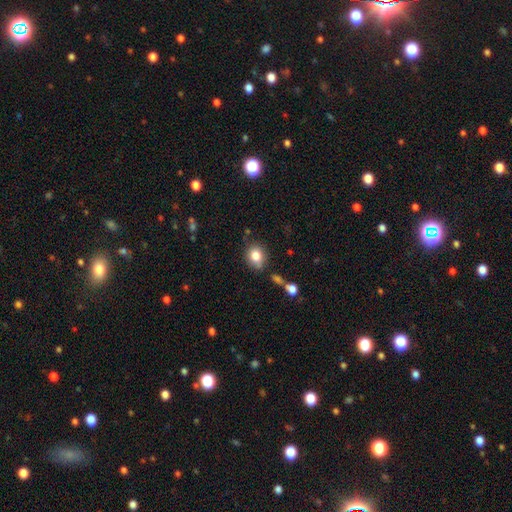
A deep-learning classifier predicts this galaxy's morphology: A smooth galaxy with no disk features (82%) that is round (58%).

Vote fractions:
- Smooth or featured? smooth: 82% / star or artifact: 10% / featured or disk: 8%
- How rounded? round: 58% / in between: 41% / cigar-shaped: 1%
- Merging? none: 73% / minor disturbance: 17% / merger: 6% / major disturbance: 4%